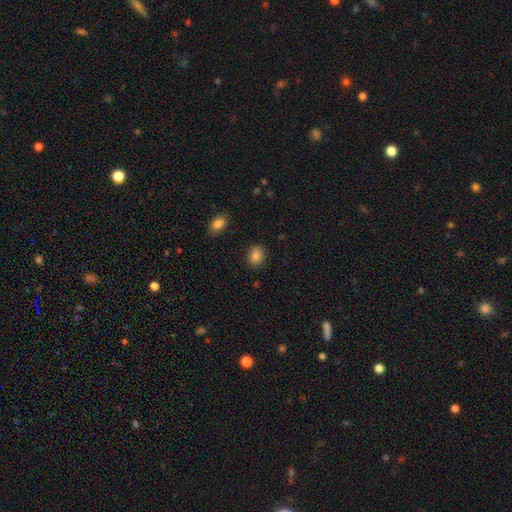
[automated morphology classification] Smooth or featured? smooth (83%)
How rounded? round (50%)
Merging? none (87%)